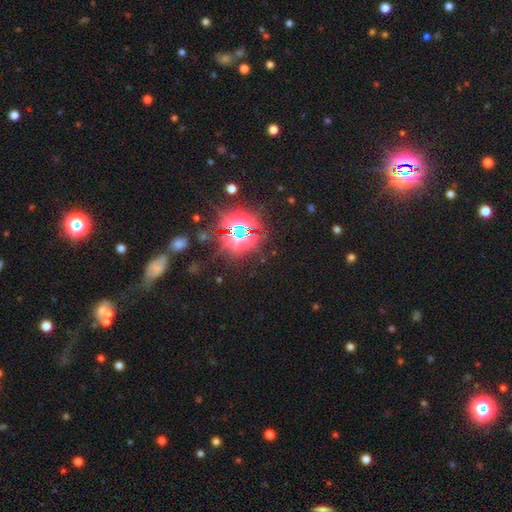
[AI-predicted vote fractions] A star or artifact, not a galaxy (78%).

Vote fractions:
- Smooth or featured? star or artifact: 78% / smooth: 15% / featured or disk: 7%